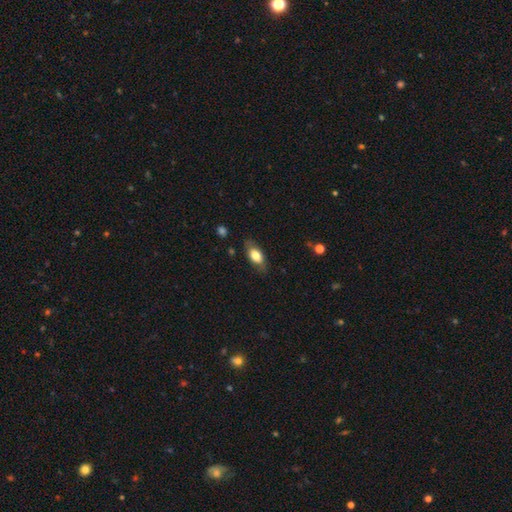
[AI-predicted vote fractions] This appears to be a smooth galaxy with no disk features (72%) that is in between round and cigar-shaped (87%). Merging: none (77%).